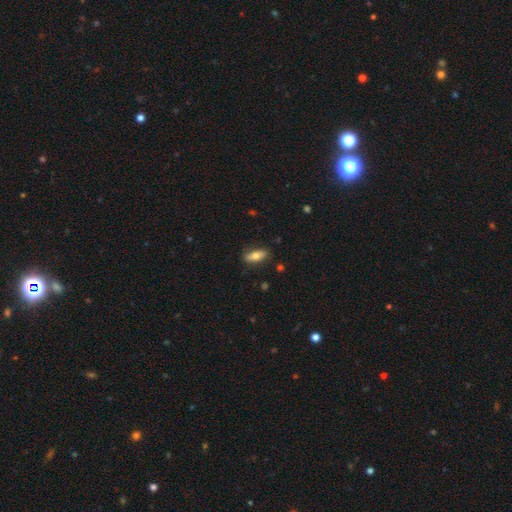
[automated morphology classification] smooth_or_featured: smooth (p=0.70) [alt: featured or disk p=0.23]
how_rounded: in between (p=0.76) [alt: cigar-shaped p=0.20]
merging: none (p=0.81) [alt: minor disturbance p=0.15]